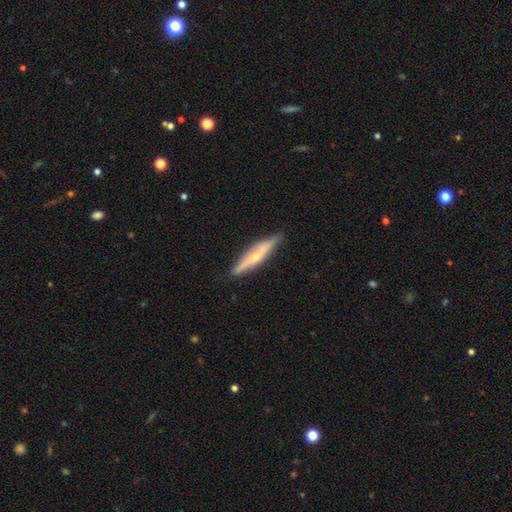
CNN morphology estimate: A featured or disk galaxy (58%) viewed edge-on (92%) with a rounded central bulge (77%).

Vote fractions:
- Smooth or featured? featured or disk: 58% / smooth: 36% / star or artifact: 6%
- Edge-on disk? yes: 92% / no: 8%
- Edge-on bulge? rounded: 77% / none: 17% / boxy: 6%
- Merging? none: 85% / minor disturbance: 12% / major disturbance: 2% / merger: 1%